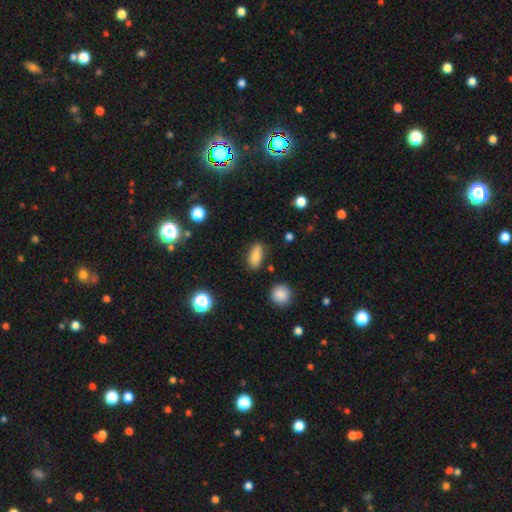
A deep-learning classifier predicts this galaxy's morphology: smooth-or-featured: smooth: 79% | featured or disk: 11% | star or artifact: 10%
  how-rounded: in between: 81% | cigar-shaped: 13% | round: 6%
  merging: none: 82% | minor disturbance: 12% | major disturbance: 3% | merger: 3%